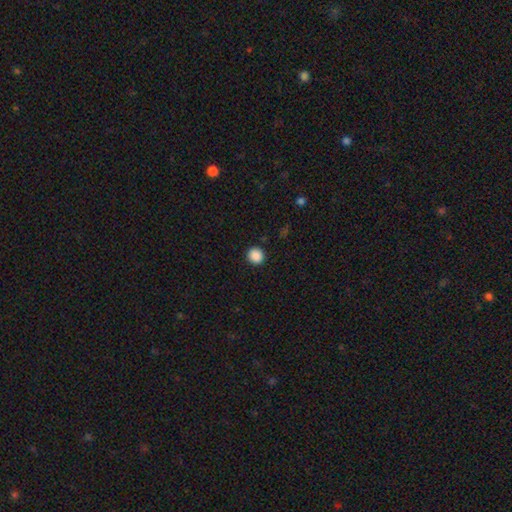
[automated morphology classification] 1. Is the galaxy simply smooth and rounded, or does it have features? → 89% smooth, 9% star or artifact, 2% featured or disk.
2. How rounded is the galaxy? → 90% round, 9% in between, 1% cigar-shaped.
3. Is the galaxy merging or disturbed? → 92% none, 5% minor disturbance, 2% major disturbance, 1% merger.